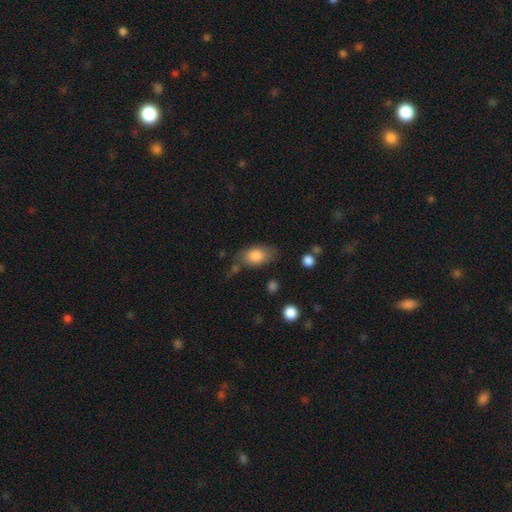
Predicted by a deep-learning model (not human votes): Morphology: type=smooth (82%); roundness=in between (87%); merging=none (65%).